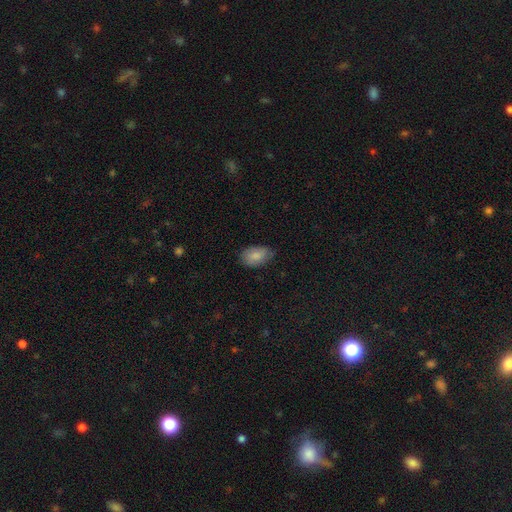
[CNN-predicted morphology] This is clearly a smooth galaxy (85%). How rounded: clearly in between (90%). Merging: likely none (74%).